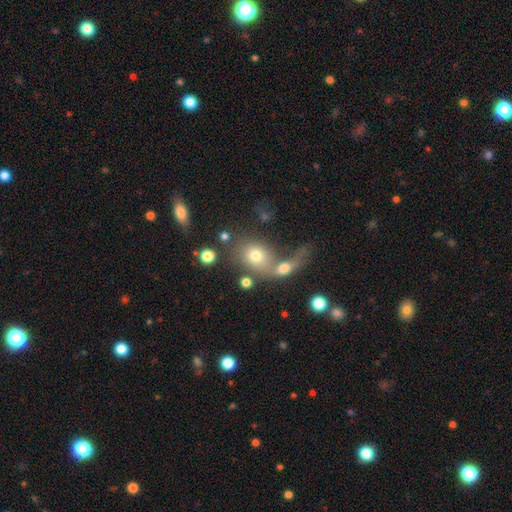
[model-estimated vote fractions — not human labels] Smooth or featured: smooth — 69% (featured or disk — 19%)
How rounded: in between — 52% (round — 46%)
Merging: merger — 50% (none — 29%)